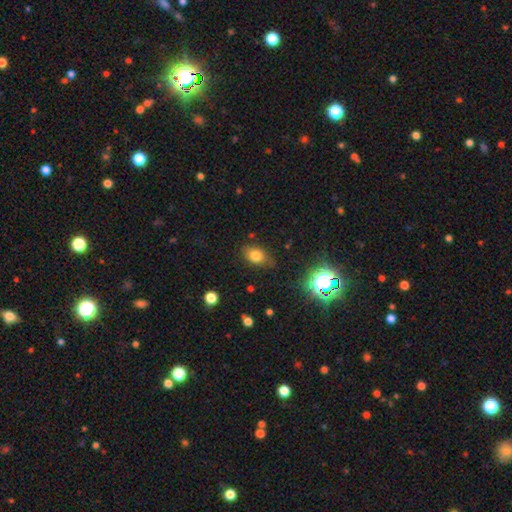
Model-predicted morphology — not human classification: A smooth galaxy with no disk features (76%) that is in between round and cigar-shaped (72%). Merging: none (72%).